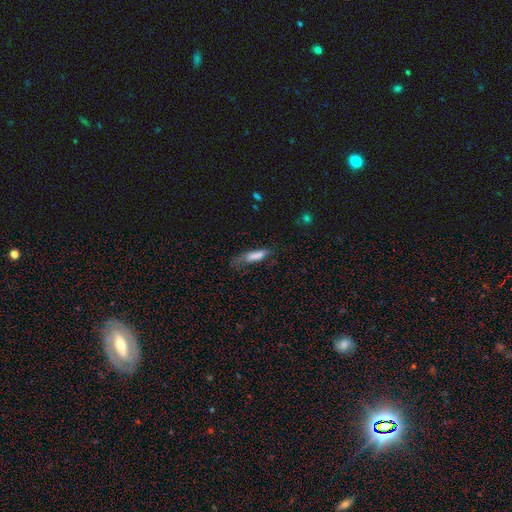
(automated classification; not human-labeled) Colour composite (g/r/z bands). It shows a smooth galaxy with no disk features (75%) that is cigar-shaped (60%). Merging: none (37%).